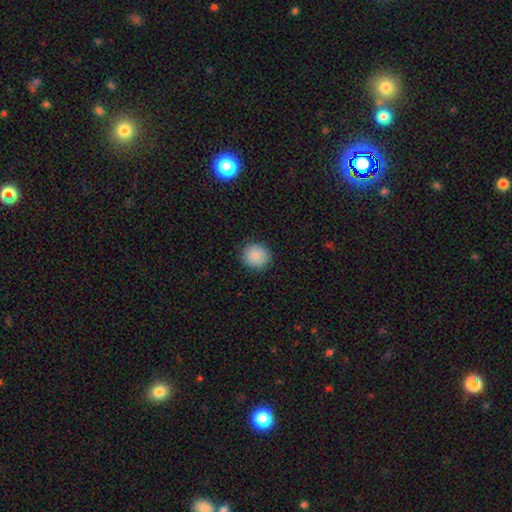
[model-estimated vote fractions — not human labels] Overall: smooth (87%). How rounded: round (90%). Merging: none (89%).